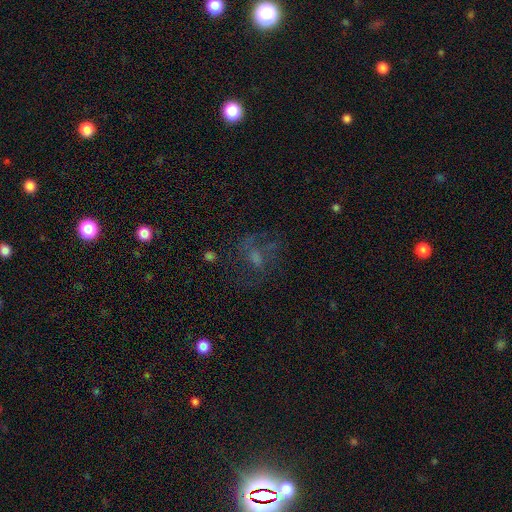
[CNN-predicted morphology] Overall: featured or disk (45%; smooth 33%). Merging: none (49%; major disturbance 30%).